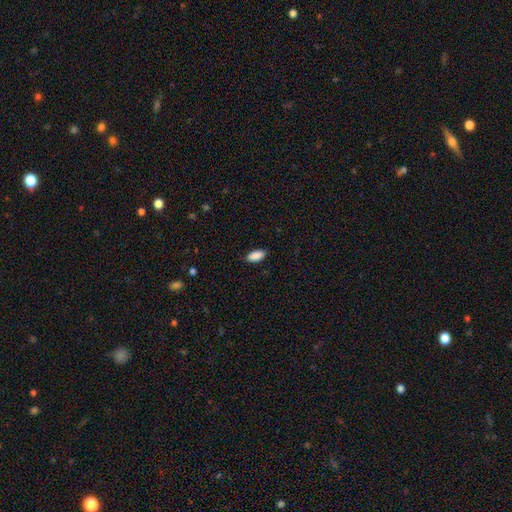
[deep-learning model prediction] Smooth or featured?
  - smooth: 90% *
  - star or artifact: 7%
  - featured or disk: 3%
How rounded?
  - in between: 91% *
  - cigar-shaped: 7%
  - round: 2%
Merging?
  - none: 87% *
  - minor disturbance: 10%
  - major disturbance: 2%
  - merger: 1%